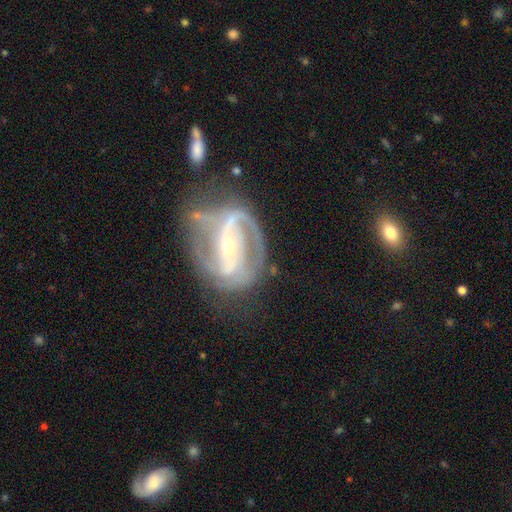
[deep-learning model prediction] smooth-or-featured: featured or disk: 88% | smooth: 6% | star or artifact: 6%
  disk-edge-on: no: 96% | yes: 4%
    bar: strong: 50% | weak: 28% | no: 21%
    has-spiral-arms: yes: 93% | no: 7%
      spiral-winding: medium: 47% | tight: 37% | loose: 16%
      spiral-arm-count: 2: 69% | can't tell: 12% | 3: 10% | 1: 4% | 4: 2% | more than 4: 2%
    bulge-size: small: 61% | moderate: 35% | large: 2% | none: 1% | dominant: 1%
  merging: none: 53% | minor disturbance: 23% | major disturbance: 19% | merger: 6%